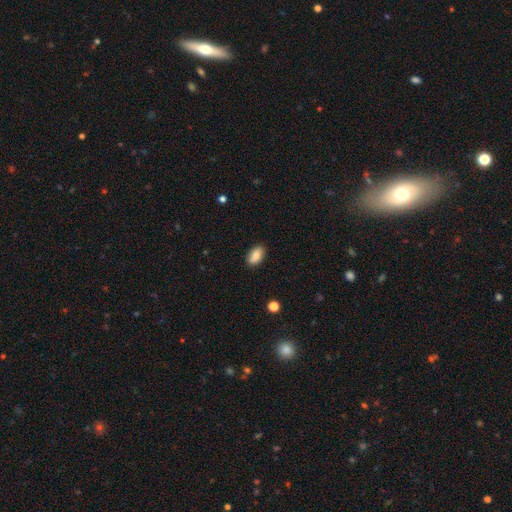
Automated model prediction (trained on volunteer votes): smooth 85%, star or artifact 8%, featured or disk 8%. Down the decision tree: how rounded — in between (92%); merging — none (86%).